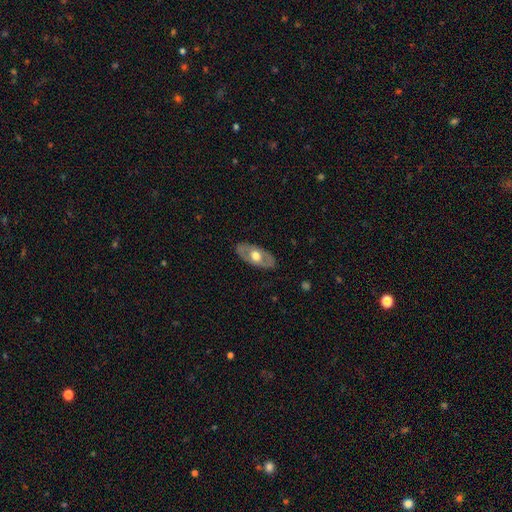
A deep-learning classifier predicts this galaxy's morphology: smooth-or-featured: featured or disk: 51% | smooth: 44% | star or artifact: 5%
  disk-edge-on: no: 78% | yes: 22%
  merging: none: 84% | minor disturbance: 12% | major disturbance: 3% | merger: 1%